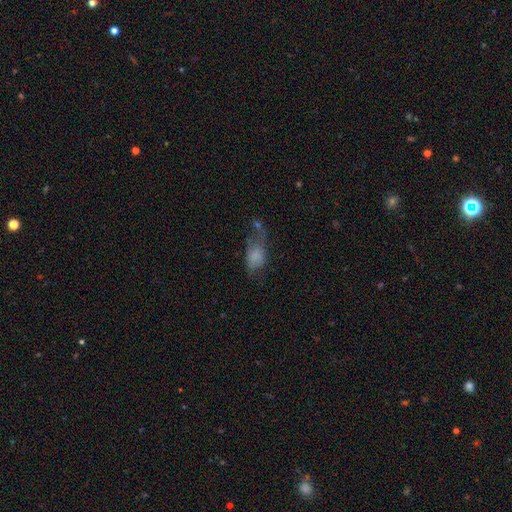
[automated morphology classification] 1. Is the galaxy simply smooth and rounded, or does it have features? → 65% smooth, 23% featured or disk, 12% star or artifact.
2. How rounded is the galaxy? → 85% in between, 9% round, 6% cigar-shaped.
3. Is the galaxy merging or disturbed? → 39% major disturbance, 26% none, 25% minor disturbance, 10% merger.